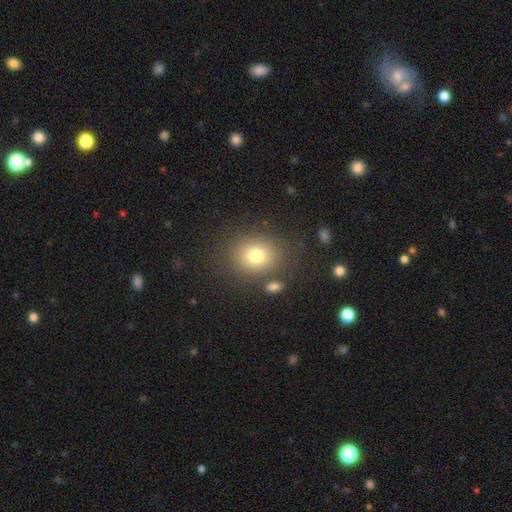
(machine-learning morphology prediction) The model was most divided on "how rounded": round: 58%, in between: 41%, cigar-shaped: 1%. More confident: merging — none (78%); smooth or featured — smooth (76%).